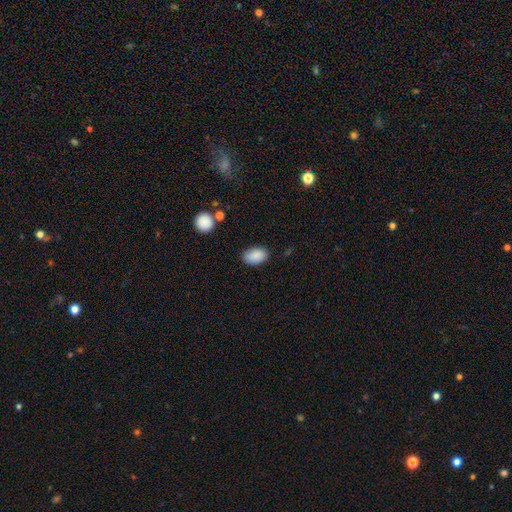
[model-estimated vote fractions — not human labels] Smooth or featured? Predicted: smooth (p=0.89). How rounded? Predicted: in between (p=0.91). Merging? Predicted: none (p=0.82).